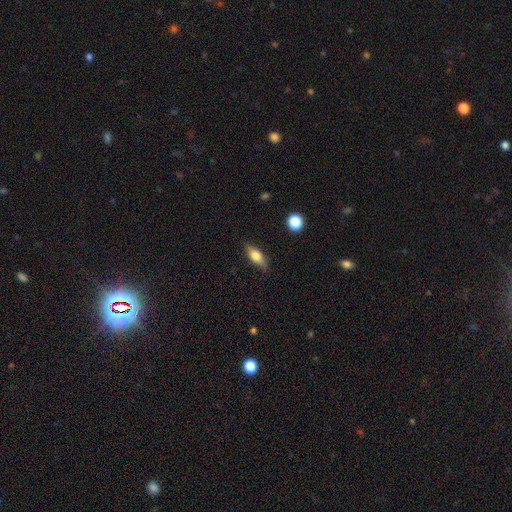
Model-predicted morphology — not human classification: smooth_or_featured: smooth (p=0.68) [alt: featured or disk p=0.25]
how_rounded: in between (p=0.73) [alt: cigar-shaped p=0.22]
merging: none (p=0.81) [alt: minor disturbance p=0.15]